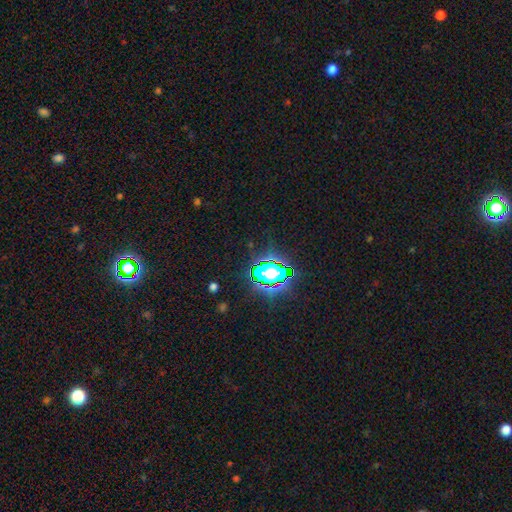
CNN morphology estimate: type=star or artifact (81%).